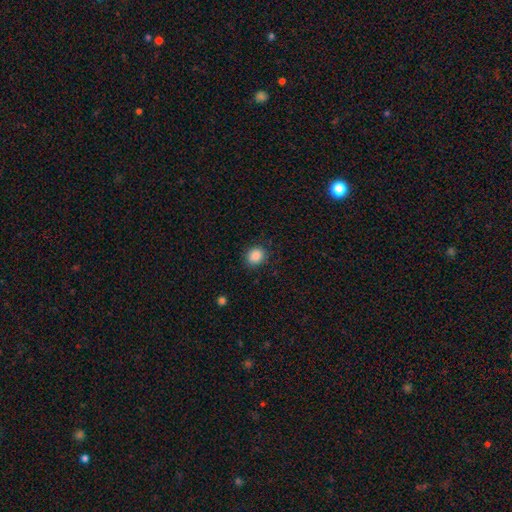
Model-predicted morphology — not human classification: smooth 87%, star or artifact 9%, featured or disk 3%. Down the decision tree: how rounded — round (74%); merging — none (87%).